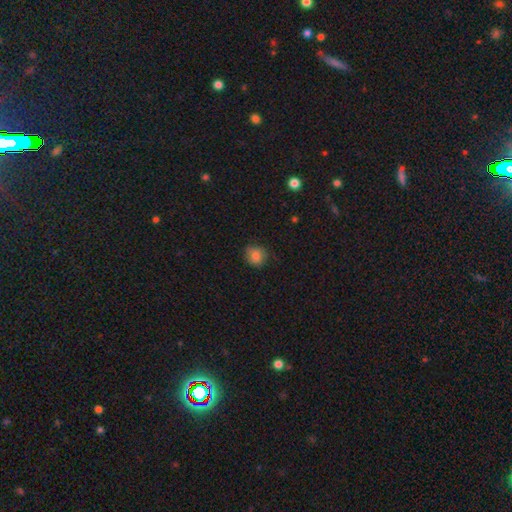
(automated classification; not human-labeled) The model was most divided on "merging": none: 77%, minor disturbance: 18%, major disturbance: 4%, merger: 1%. More confident: smooth or featured — smooth (83%); how rounded — round (80%).